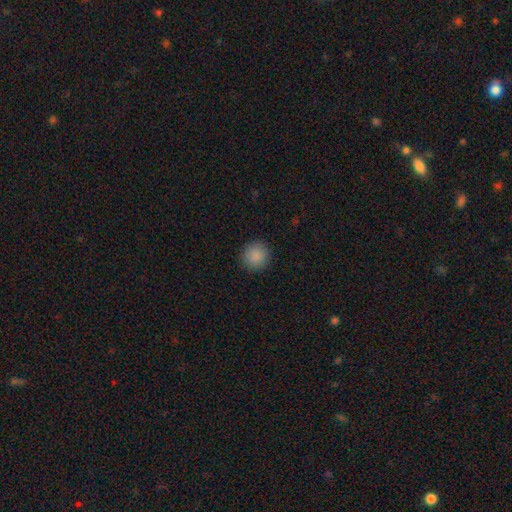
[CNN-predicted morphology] smooth-or-featured: smooth: 88% | star or artifact: 9% | featured or disk: 3%
  how-rounded: round: 94% | in between: 5% | cigar-shaped: 1%
  merging: none: 91% | minor disturbance: 6% | major disturbance: 2% | merger: 1%